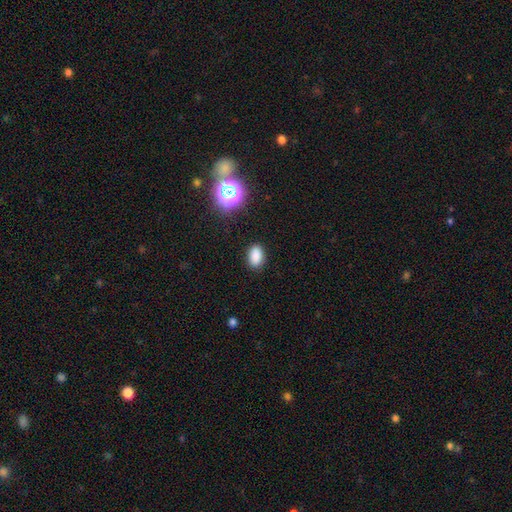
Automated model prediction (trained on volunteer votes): Smooth or featured? smooth (84%)
How rounded? in between (85%)
Merging? none (87%)